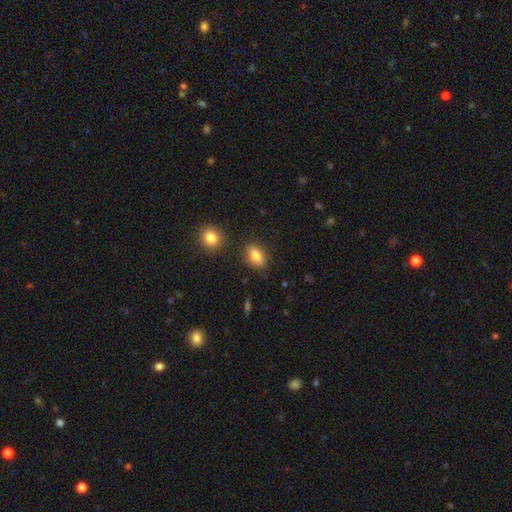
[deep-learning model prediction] A smooth galaxy with no disk features (83%) that is in between round and cigar-shaped (83%).

Vote fractions:
- Smooth or featured? smooth: 83% / star or artifact: 9% / featured or disk: 8%
- How rounded? in between: 83% / round: 14% / cigar-shaped: 3%
- Merging? none: 81% / minor disturbance: 12% / merger: 4% / major disturbance: 3%